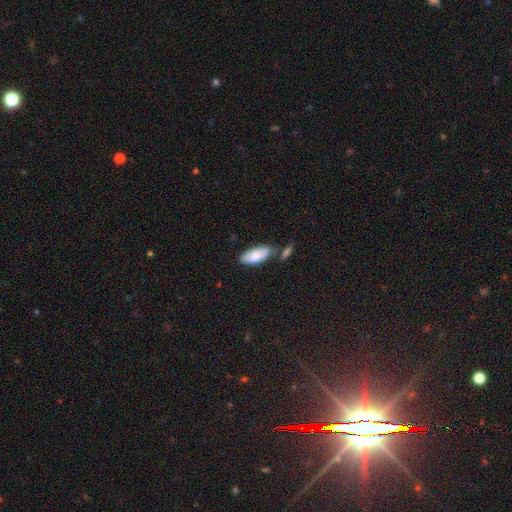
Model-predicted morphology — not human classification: Overall: smooth (77%). How rounded: in between (85%). Merging: none (58%; minor disturbance 19%).